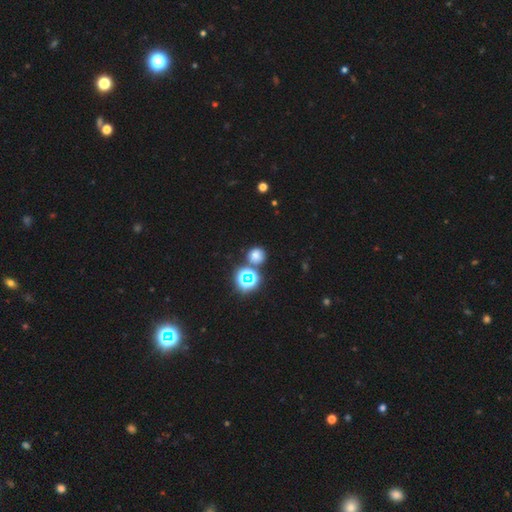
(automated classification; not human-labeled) This is likely a smooth galaxy (67%). How rounded: clearly round (88%). Merging: likely none (75%).